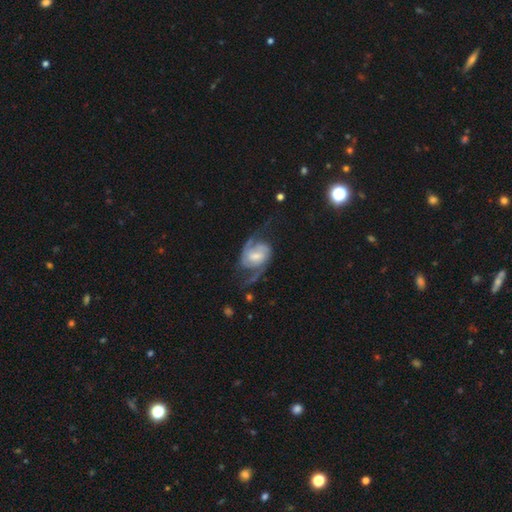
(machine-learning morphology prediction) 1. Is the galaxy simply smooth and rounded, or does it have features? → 86% featured or disk, 9% smooth, 5% star or artifact.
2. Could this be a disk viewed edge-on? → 97% no, 3% yes.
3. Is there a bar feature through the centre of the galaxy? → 51% weak, 31% no, 18% strong.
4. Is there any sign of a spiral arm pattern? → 97% yes, 3% no.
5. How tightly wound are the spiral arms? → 46% medium, 34% loose, 20% tight.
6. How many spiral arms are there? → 89% 2, 4% can't tell, 3% 3, 2% 1, 1% 4, 1% more than 4.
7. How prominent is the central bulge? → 44% moderate, 32% small, 13% large, 9% none, 2% dominant.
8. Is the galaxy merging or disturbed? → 58% none, 20% major disturbance, 19% minor disturbance, 3% merger.